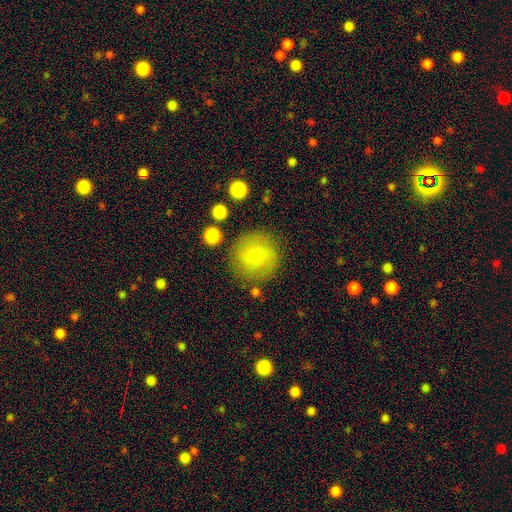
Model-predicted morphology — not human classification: A smooth galaxy with no disk features (65%) that is round (92%).

Vote fractions:
- Smooth or featured? smooth: 65% / featured or disk: 26% / star or artifact: 9%
- How rounded? round: 92% / in between: 7% / cigar-shaped: 1%
- Merging? none: 80% / minor disturbance: 12% / major disturbance: 5% / merger: 3%